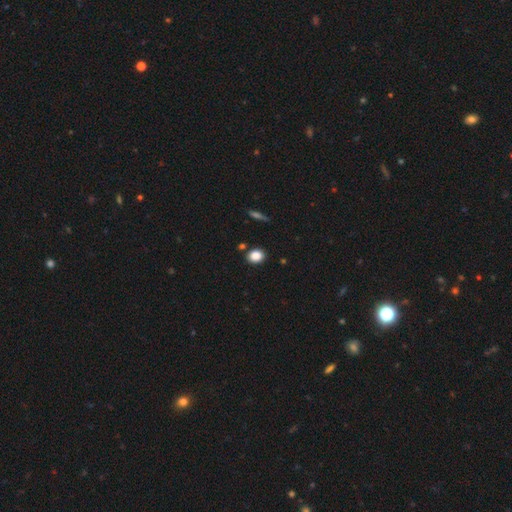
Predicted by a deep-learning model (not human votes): Smooth or featured: smooth — 86% (star or artifact — 9%)
How rounded: in between — 53% (round — 46%)
Merging: none — 84% (minor disturbance — 10%)